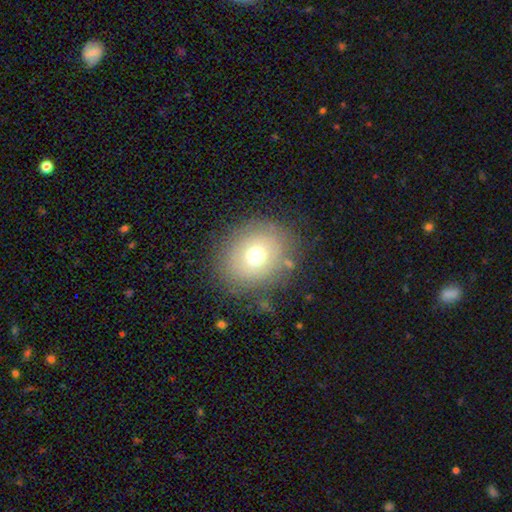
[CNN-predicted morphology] smooth_or_featured: smooth (p=0.67) [alt: featured or disk p=0.18]
how_rounded: round (p=0.70) [alt: in between p=0.29]
merging: none (p=0.81) [alt: minor disturbance p=0.12]